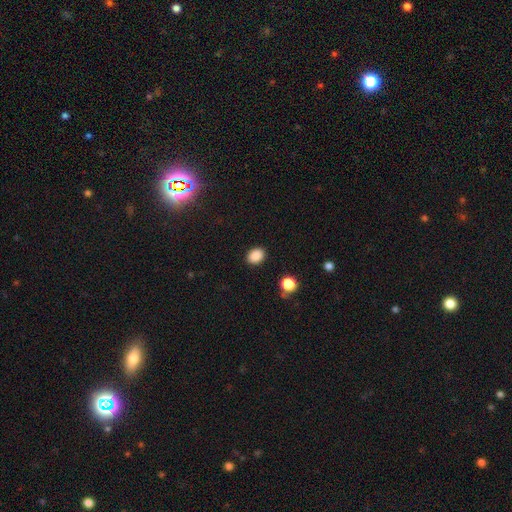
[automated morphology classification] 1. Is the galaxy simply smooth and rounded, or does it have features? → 88% smooth, 10% star or artifact, 3% featured or disk.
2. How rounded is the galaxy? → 64% in between, 35% round, 1% cigar-shaped.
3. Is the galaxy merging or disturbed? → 88% none, 8% minor disturbance, 2% major disturbance, 2% merger.